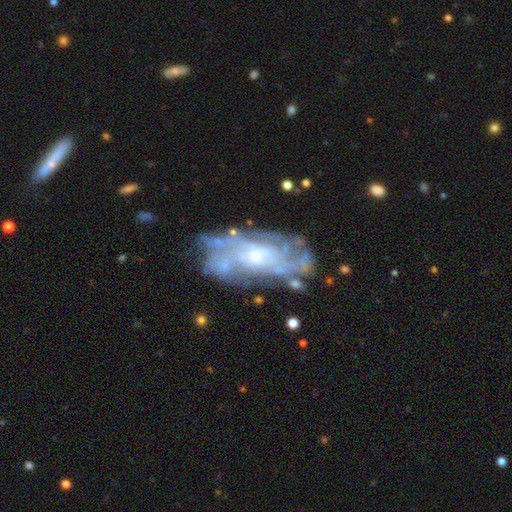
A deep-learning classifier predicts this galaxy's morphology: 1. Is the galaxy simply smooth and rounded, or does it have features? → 83% featured or disk, 10% smooth, 7% star or artifact.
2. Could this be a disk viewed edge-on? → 93% no, 7% yes.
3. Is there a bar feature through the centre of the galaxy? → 70% no, 24% weak, 6% strong.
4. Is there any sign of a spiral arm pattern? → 88% yes, 12% no.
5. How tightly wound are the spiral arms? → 57% tight, 32% medium, 11% loose.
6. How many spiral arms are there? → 47% can't tell, 14% 2, 14% 4, 11% 3, 9% more than 4, 5% 1.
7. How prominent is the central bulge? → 74% small, 21% moderate, 3% none, 2% large, 1% dominant.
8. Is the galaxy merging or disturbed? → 69% none, 19% minor disturbance, 9% major disturbance, 4% merger.